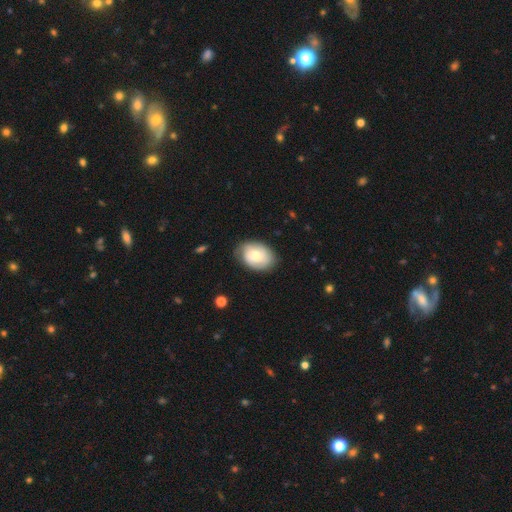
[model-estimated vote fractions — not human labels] Overall: smooth (62%; featured or disk 31%). How rounded: in between (78%). Merging: none (73%).